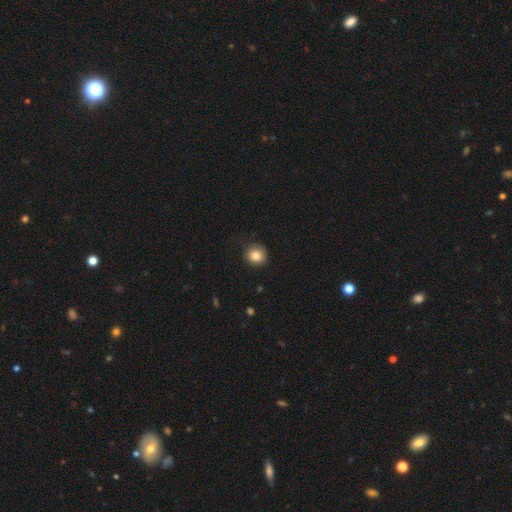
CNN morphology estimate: This is clearly a smooth galaxy (84%). How rounded: clearly round (88%). Merging: clearly none (82%).